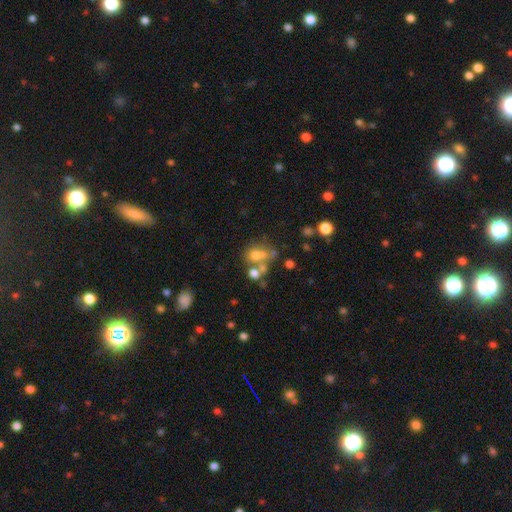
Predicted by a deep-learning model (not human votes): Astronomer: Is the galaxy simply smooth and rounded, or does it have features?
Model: smooth — 58%.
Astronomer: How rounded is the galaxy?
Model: round — 56% (runner-up: in between, 43%).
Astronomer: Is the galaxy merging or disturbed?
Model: merger — 42% (runner-up: none, 35%).